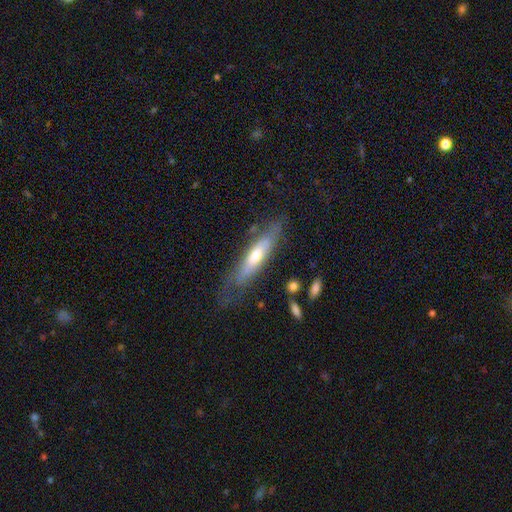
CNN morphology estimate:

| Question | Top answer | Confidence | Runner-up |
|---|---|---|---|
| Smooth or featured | featured or disk | 53% | smooth (41%) |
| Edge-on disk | yes | 61% | no (39%) |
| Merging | none | 65% | minor disturbance (22%) |